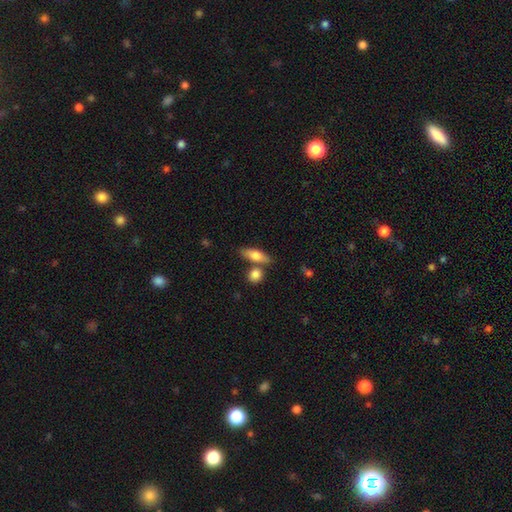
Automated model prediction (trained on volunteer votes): Smooth or featured? smooth (69%)
How rounded? in between (58%)
Merging? none (67%)